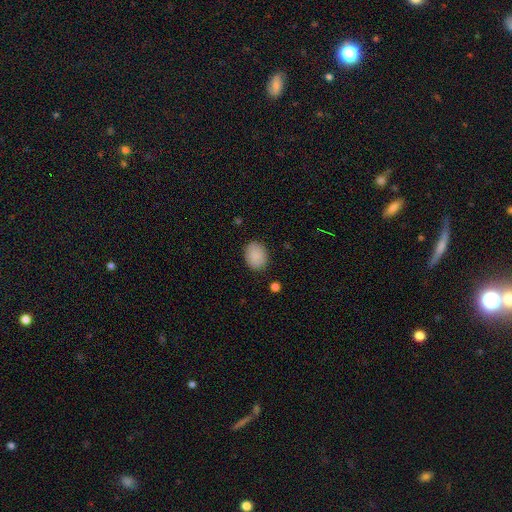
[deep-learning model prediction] This is clearly a smooth galaxy (88%). How rounded: likely in between (64%). Merging: clearly none (87%).